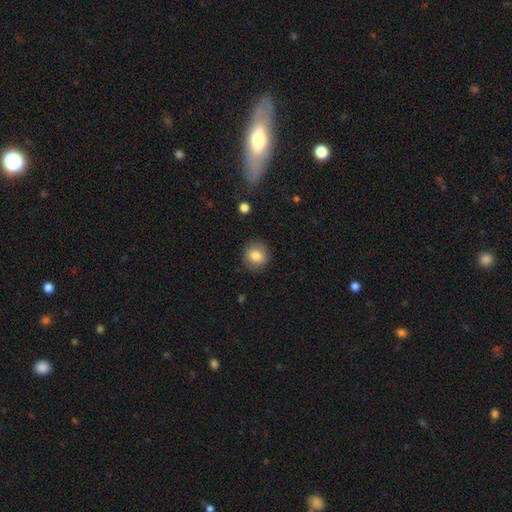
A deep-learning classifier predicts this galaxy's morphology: This is clearly a smooth galaxy (81%). How rounded: clearly round (82%). Merging: clearly none (86%).